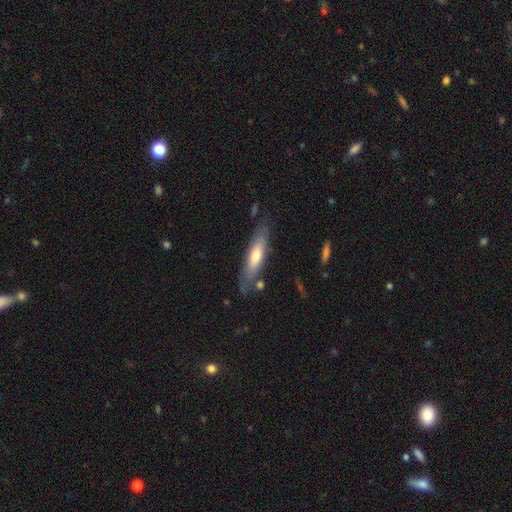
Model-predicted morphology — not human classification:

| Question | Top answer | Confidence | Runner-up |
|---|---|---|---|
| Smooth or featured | smooth | 54% | featured or disk (40%) |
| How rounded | cigar-shaped | 72% | in between (26%) |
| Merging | none | 75% | minor disturbance (17%) |